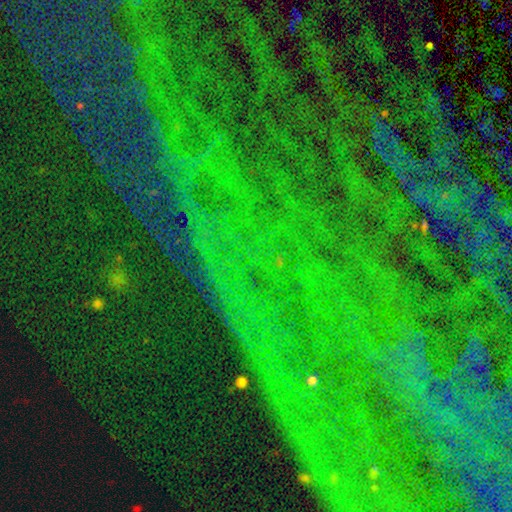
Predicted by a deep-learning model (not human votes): Smooth or featured? star or artifact (85%)